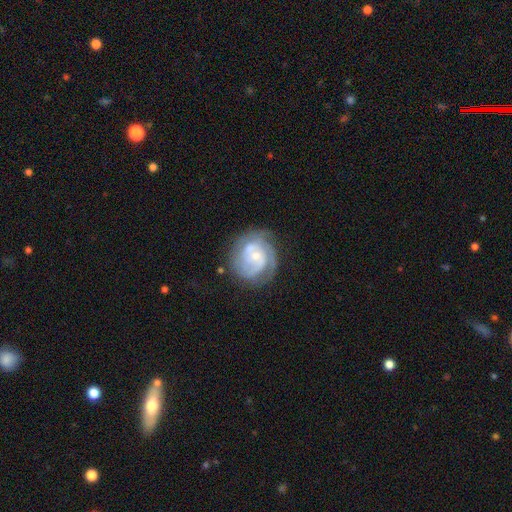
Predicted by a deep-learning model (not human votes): Overall: featured or disk (80%). Edge-on disk: no (98%). Bar: no (72%). Spiral arms: yes (92%). Spiral arm count: 2 (33%; 3 25%). Spiral winding: tight (62%; medium 29%). Bulge size: small (62%; moderate 32%). Merging: none (63%).